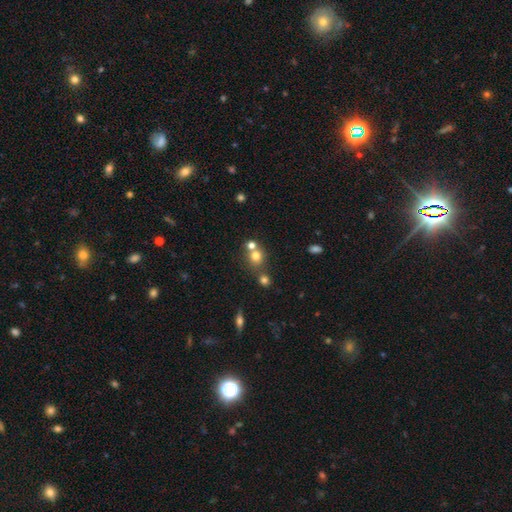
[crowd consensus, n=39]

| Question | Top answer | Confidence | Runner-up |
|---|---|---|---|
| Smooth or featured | smooth | 74% | featured or disk (13%) |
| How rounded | round | 79% | in between (14%) |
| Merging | none | 50% | merger (38%) |